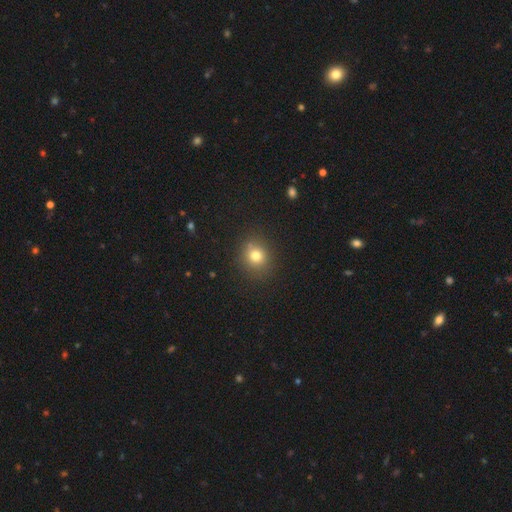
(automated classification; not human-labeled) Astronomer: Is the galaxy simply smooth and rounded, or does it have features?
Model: smooth — 76%.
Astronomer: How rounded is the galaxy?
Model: round — 83%.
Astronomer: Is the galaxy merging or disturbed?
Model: none — 83%.